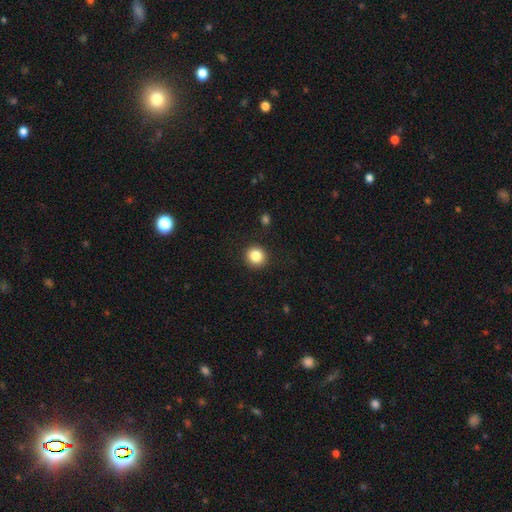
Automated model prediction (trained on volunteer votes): The model was most divided on "smooth or featured": smooth: 85%, star or artifact: 10%, featured or disk: 5%. More confident: how rounded — round (91%); merging — none (91%).